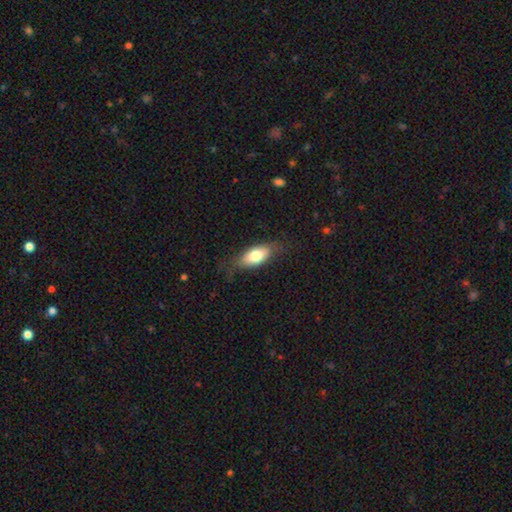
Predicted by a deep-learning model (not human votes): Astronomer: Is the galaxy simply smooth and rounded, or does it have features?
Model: smooth — 71%.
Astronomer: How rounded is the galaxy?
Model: in between — 82%.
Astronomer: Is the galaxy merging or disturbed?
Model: none — 72%.